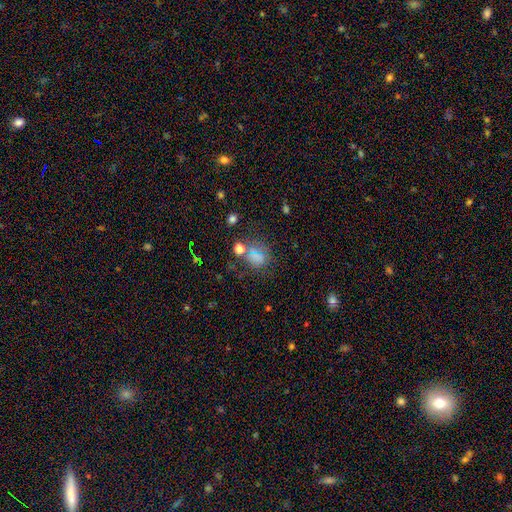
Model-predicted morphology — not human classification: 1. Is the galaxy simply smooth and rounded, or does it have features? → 62% smooth, 24% star or artifact, 14% featured or disk.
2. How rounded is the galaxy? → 52% round, 47% in between, 2% cigar-shaped.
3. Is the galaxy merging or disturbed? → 53% none, 19% minor disturbance, 14% major disturbance, 13% merger.